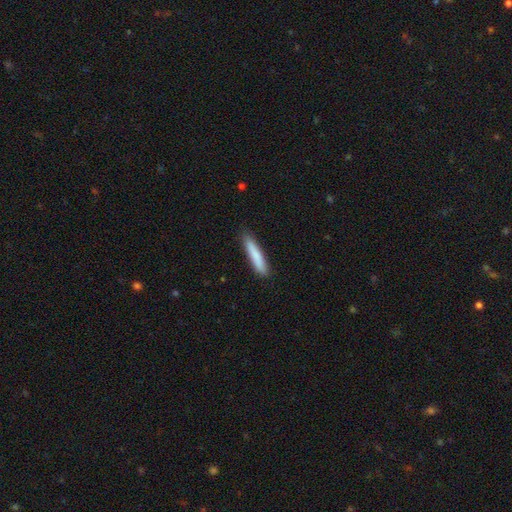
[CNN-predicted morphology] This appears to be a smooth galaxy with no disk features (82%) that is cigar-shaped (91%). Merging: none (87%).